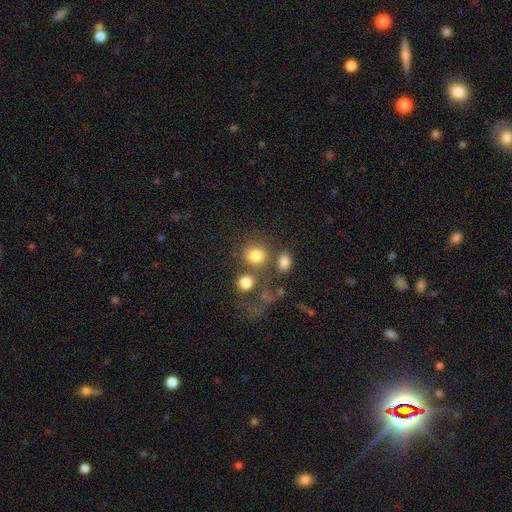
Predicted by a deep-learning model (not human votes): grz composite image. It shows a smooth galaxy with no disk features (78%) that is round (79%). Merging: none (56%).